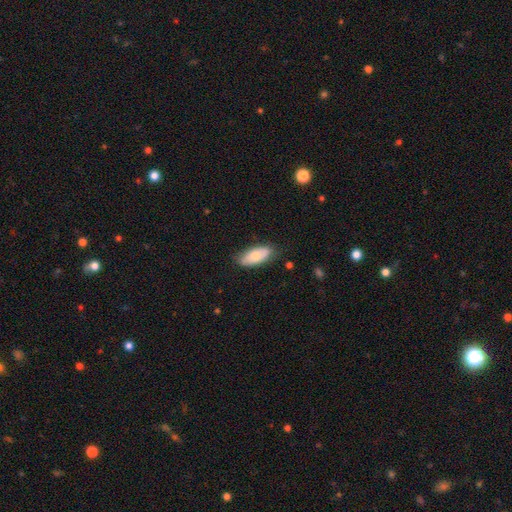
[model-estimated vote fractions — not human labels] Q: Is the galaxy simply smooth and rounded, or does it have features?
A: smooth — 71%.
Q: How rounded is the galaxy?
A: in between — 88%.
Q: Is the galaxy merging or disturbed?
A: none — 77%.